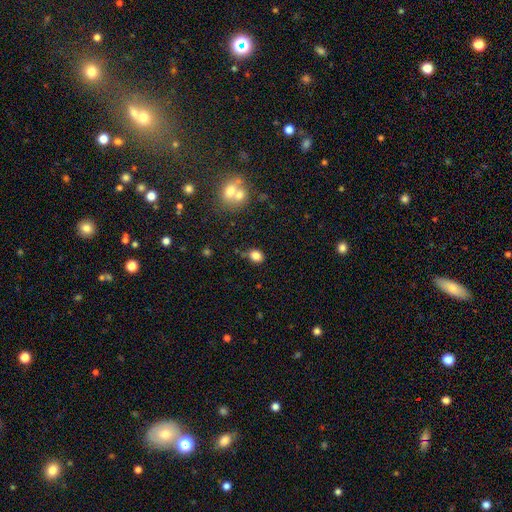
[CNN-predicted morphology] Smooth or featured: smooth — 83% (star or artifact — 11%)
How rounded: in between — 51% (round — 47%)
Merging: none — 70% (minor disturbance — 17%)